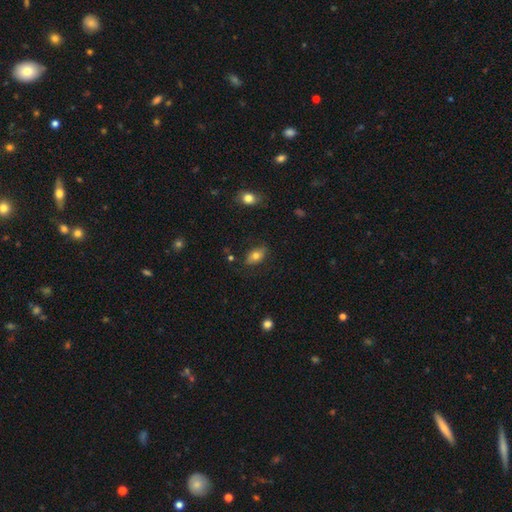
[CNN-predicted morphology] smooth_or_featured: smooth (p=0.74) [alt: featured or disk p=0.17]
how_rounded: in between (p=0.87) [alt: round p=0.08]
merging: none (p=0.79) [alt: minor disturbance p=0.16]